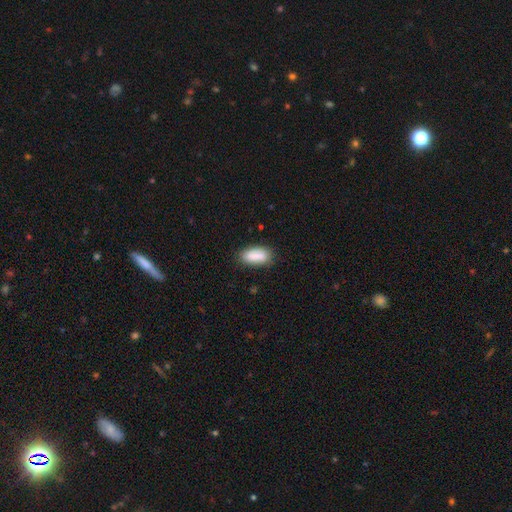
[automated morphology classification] smooth 86%, featured or disk 7%, star or artifact 7%. Down the decision tree: how rounded — in between (86%); merging — none (77%).